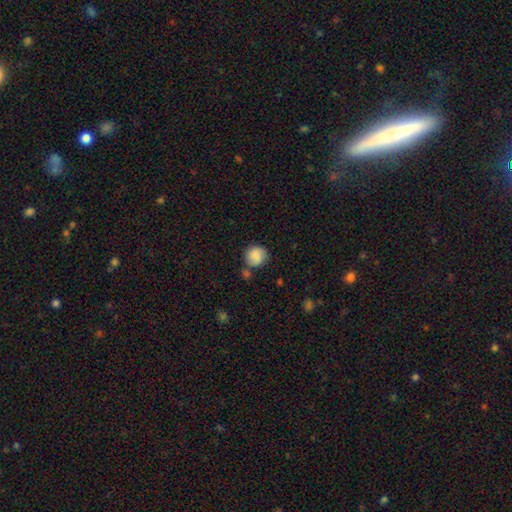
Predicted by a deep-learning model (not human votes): A smooth galaxy with no disk features (81%) that is round (88%). Merging: none (68%).